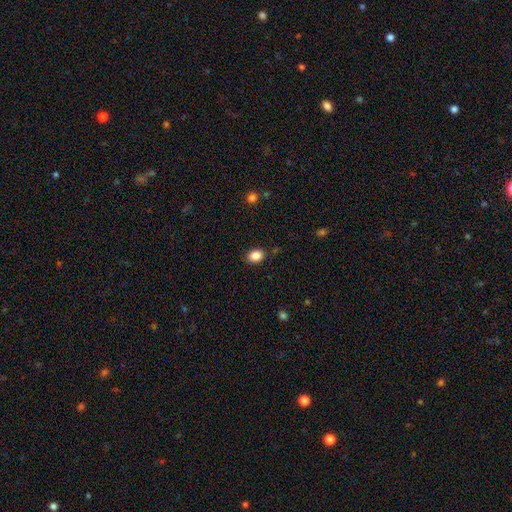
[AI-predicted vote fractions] Smooth or featured? Predicted: smooth (p=0.88). How rounded? Predicted: in between (p=0.67). Merging? Predicted: none (p=0.87).